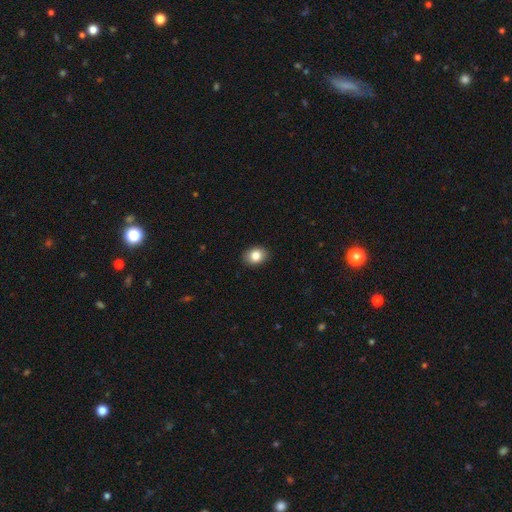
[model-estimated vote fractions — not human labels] Overall: smooth (84%). How rounded: in between (63%; round 36%). Merging: none (90%).